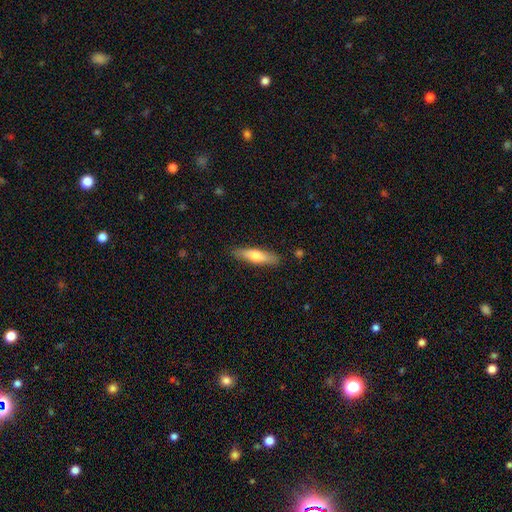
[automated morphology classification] This is likely a smooth galaxy (65%). How rounded: likely cigar-shaped (69%). Merging: clearly none (86%).